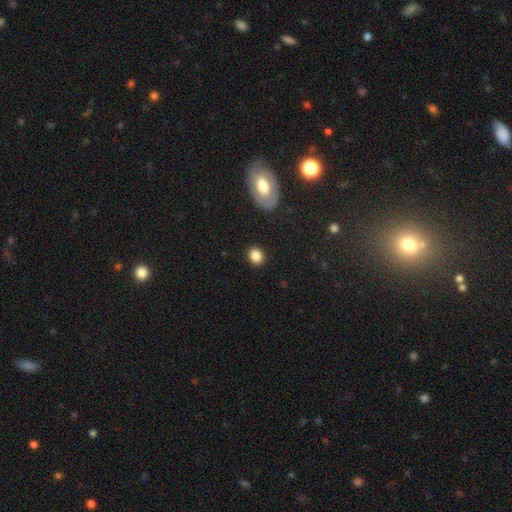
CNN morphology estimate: smooth-or-featured: smooth: 85% | star or artifact: 10% | featured or disk: 5%
  how-rounded: round: 66% | in between: 33% | cigar-shaped: 1%
  merging: none: 88% | minor disturbance: 8% | major disturbance: 3% | merger: 1%